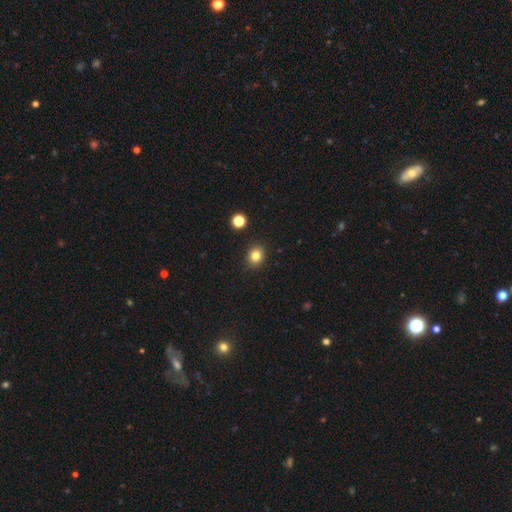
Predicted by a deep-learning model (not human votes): Overall: smooth (82%). How rounded: round (68%; in between 31%). Merging: none (90%).